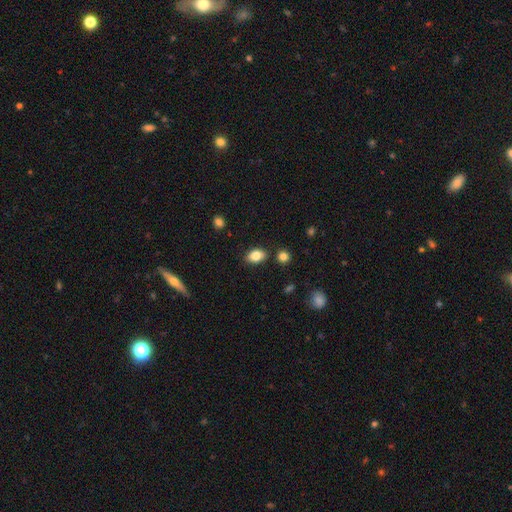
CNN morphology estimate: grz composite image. It shows a smooth galaxy with no disk features (83%) that is in between round and cigar-shaped (85%). Merging: none (81%).